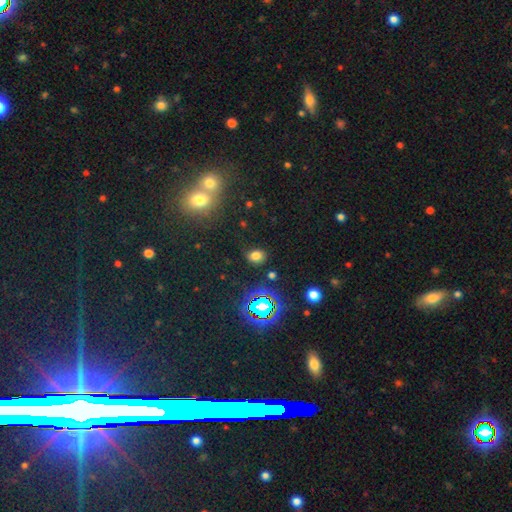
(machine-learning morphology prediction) Q: Smooth or featured?
A: smooth (67%); runner-up: star or artifact (26%)
Q: How rounded?
A: in between (56%); runner-up: round (42%)
Q: Merging?
A: none (79%); runner-up: minor disturbance (13%)